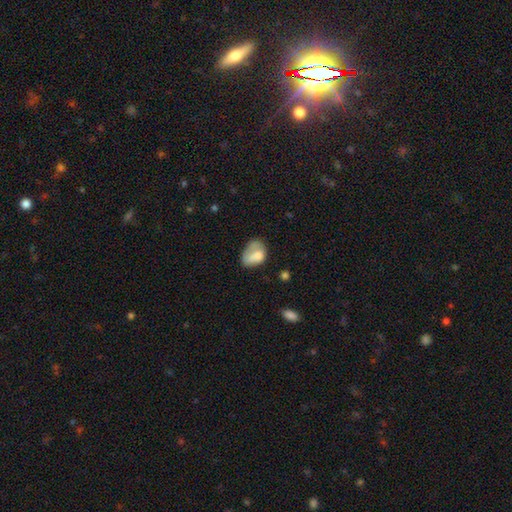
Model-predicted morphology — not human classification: Smooth or featured: smooth — 68% (featured or disk — 24%)
How rounded: in between — 79% (round — 20%)
Merging: none — 34% (minor disturbance — 31%)